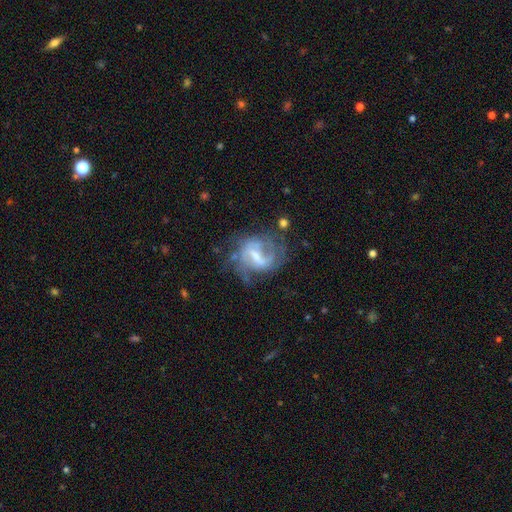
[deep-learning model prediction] This appears to be a featured or disk galaxy (77%) with a weak bar (53%), 2 (50%) medium (44%) spiral arms (82%) and a small central bulge (40%). Merging: none (48%).